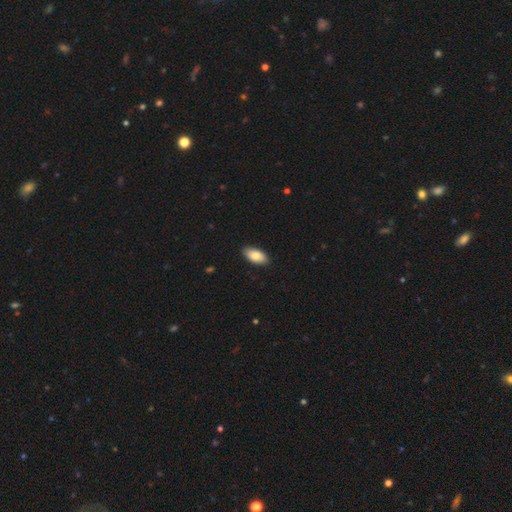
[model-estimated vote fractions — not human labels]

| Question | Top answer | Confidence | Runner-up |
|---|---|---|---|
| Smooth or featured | smooth | 83% | featured or disk (11%) |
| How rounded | in between | 93% | cigar-shaped (4%) |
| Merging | none | 89% | minor disturbance (8%) |